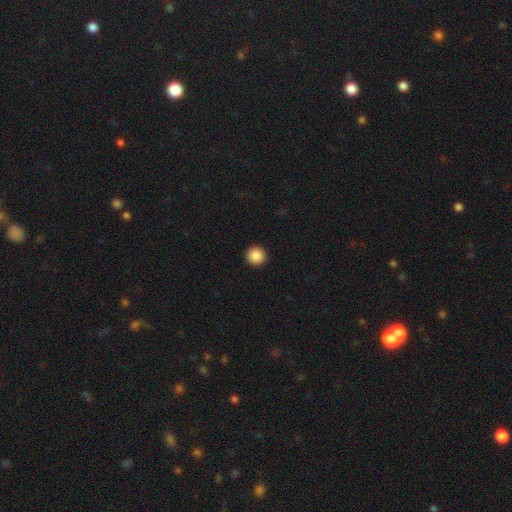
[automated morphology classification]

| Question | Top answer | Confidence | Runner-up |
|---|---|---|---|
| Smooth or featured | smooth | 88% | star or artifact (9%) |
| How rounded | round | 95% | in between (4%) |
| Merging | none | 94% | minor disturbance (4%) |